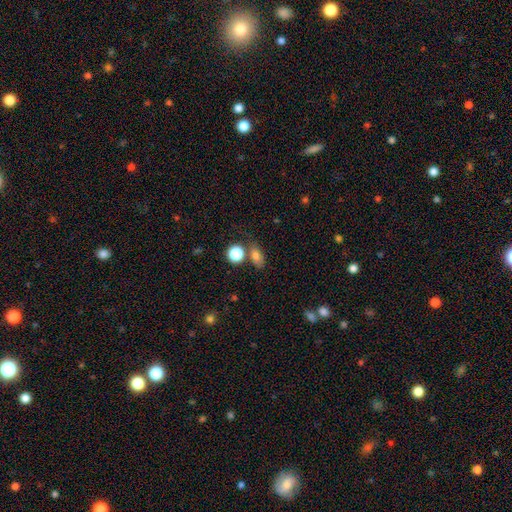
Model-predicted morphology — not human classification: smooth 77%, star or artifact 13%, featured or disk 10%. Down the decision tree: how rounded — in between (73%); merging — none (64%).